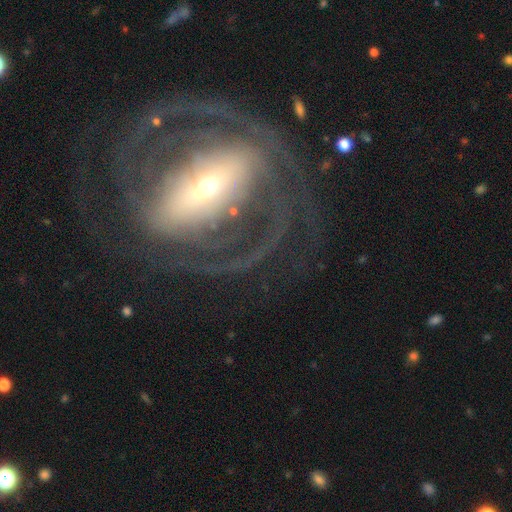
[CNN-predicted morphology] featured or disk 85%, smooth 9%, star or artifact 7%. Down the decision tree: edge-on disk — no (93%); bar — strong (62%); spiral arms — yes (83%); spiral arm count — 2 (54%); spiral winding — tight (45%); bulge size — small (54%); merging — none (65%).